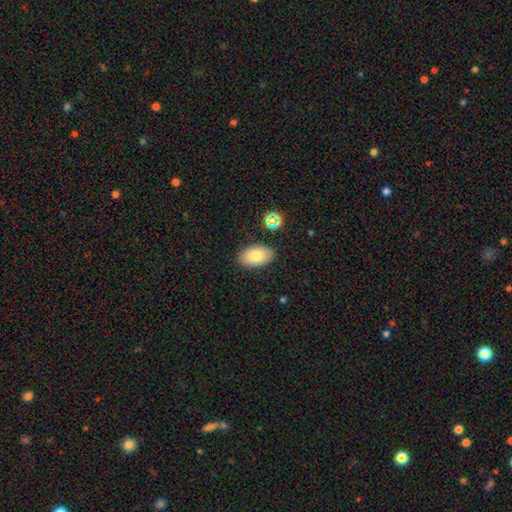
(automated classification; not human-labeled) A smooth galaxy with no disk features (81%) that is in between round and cigar-shaped (93%).

Vote fractions:
- Smooth or featured? smooth: 81% / featured or disk: 11% / star or artifact: 8%
- How rounded? in between: 93% / round: 6% / cigar-shaped: 1%
- Merging? none: 86% / minor disturbance: 10% / major disturbance: 2% / merger: 2%